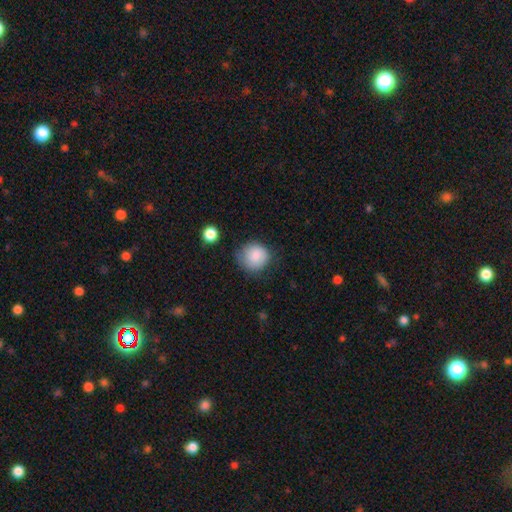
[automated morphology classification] This is clearly a smooth galaxy (84%). How rounded: clearly round (87%). Merging: likely none (67%).